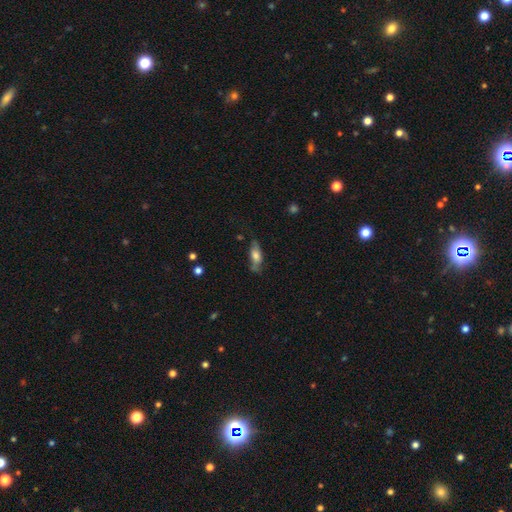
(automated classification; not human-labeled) The model was most divided on "smooth or featured": smooth: 58%, featured or disk: 34%, star or artifact: 7%. More confident: merging — none (66%); how rounded — in between (64%).